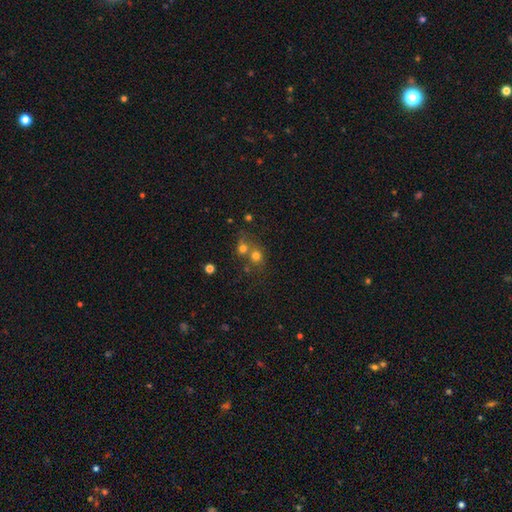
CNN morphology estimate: Q: Smooth or featured?
A: smooth (69%); runner-up: star or artifact (18%)
Q: How rounded?
A: round (83%); runner-up: in between (16%)
Q: Merging?
A: merger (47%); runner-up: none (43%)